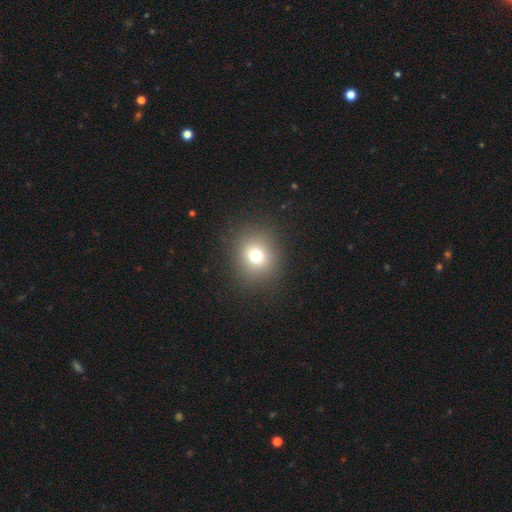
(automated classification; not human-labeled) Smooth or featured? smooth (73%)
How rounded? round (83%)
Merging? none (88%)